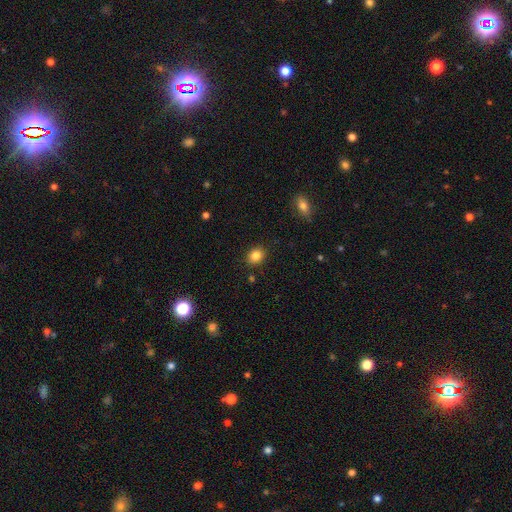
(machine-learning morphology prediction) Smooth or featured: smooth — 84% (star or artifact — 11%)
How rounded: round — 57% (in between — 42%)
Merging: none — 88% (minor disturbance — 8%)